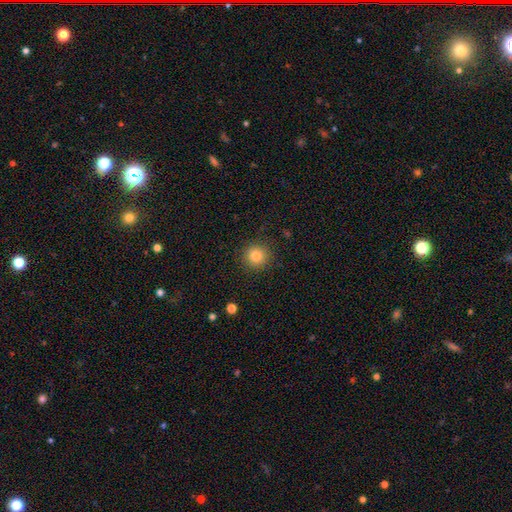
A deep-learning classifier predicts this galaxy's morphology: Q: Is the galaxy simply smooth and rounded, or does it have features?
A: smooth — 85%.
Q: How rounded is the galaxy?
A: round — 93%.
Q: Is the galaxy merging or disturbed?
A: none — 89%.